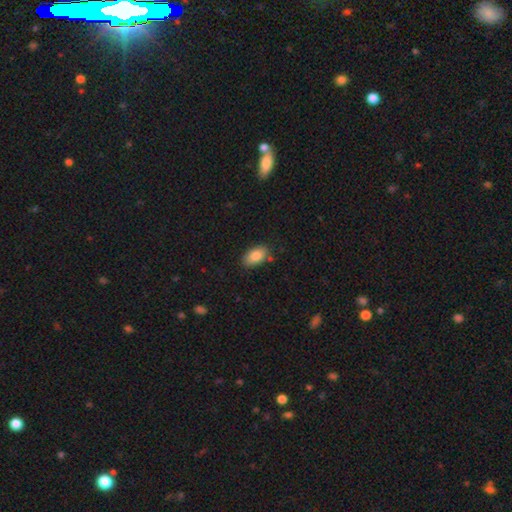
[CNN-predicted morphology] smooth-or-featured: smooth: 85% | featured or disk: 8% | star or artifact: 7%
  how-rounded: in between: 93% | round: 5% | cigar-shaped: 2%
  merging: none: 81% | minor disturbance: 13% | merger: 3% | major disturbance: 3%